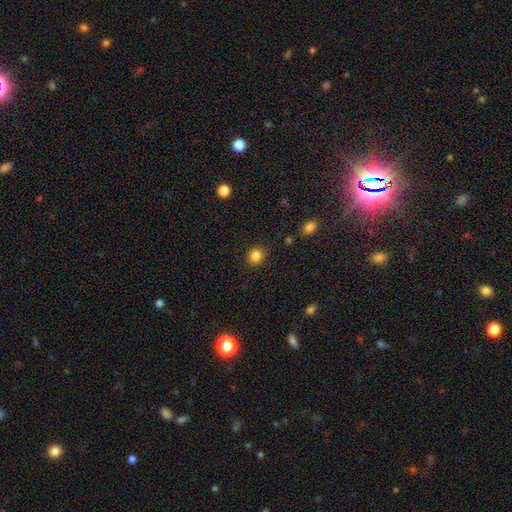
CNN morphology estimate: This is clearly a smooth galaxy (84%). How rounded: clearly round (86%). Merging: clearly none (87%).